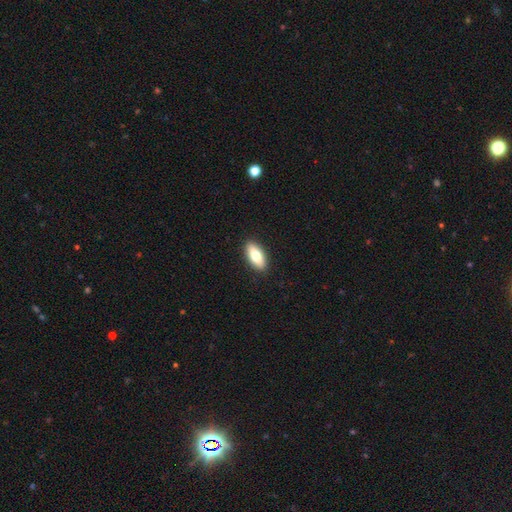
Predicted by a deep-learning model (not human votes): Morphology: type=smooth (76%); roundness=in between (87%); merging=none (91%).